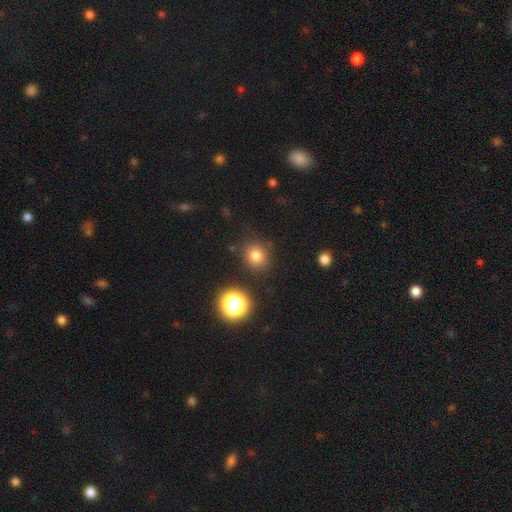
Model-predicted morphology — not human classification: This appears to be a smooth galaxy with no disk features (78%) that is round (86%). Merging: none (85%).